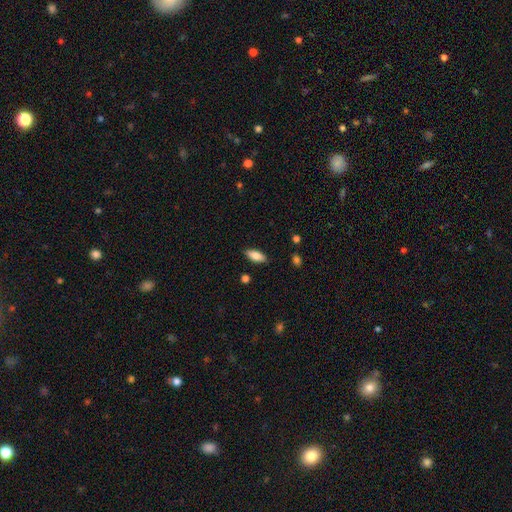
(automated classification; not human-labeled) This is clearly a smooth galaxy (83%). How rounded: likely in between (79%). Merging: clearly none (86%).